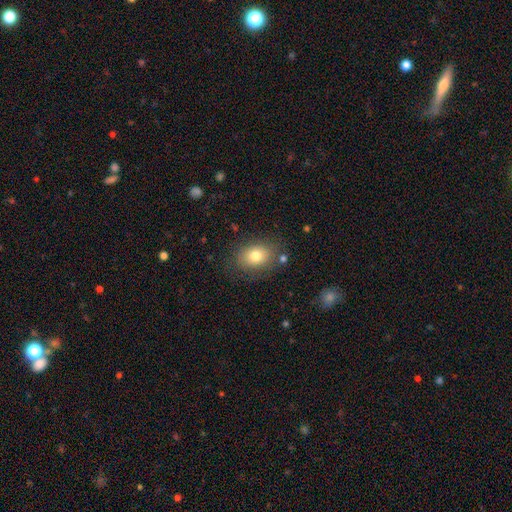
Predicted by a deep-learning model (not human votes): Smooth or featured? smooth (76%)
How rounded? in between (67%)
Merging? none (77%)